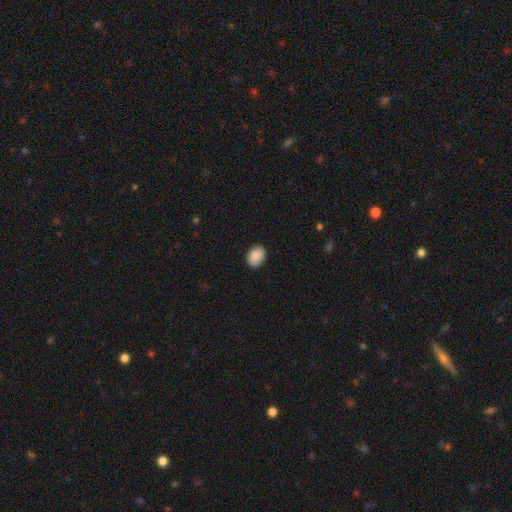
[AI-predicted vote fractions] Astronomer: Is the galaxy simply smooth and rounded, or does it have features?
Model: smooth — 89%.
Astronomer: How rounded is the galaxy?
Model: in between — 73%.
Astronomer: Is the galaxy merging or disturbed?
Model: none — 87%.